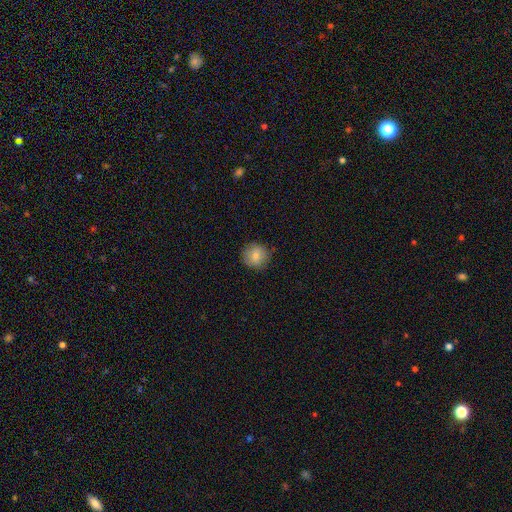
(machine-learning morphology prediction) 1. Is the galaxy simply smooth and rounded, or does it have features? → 77% smooth, 13% featured or disk, 9% star or artifact.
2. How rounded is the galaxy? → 91% round, 8% in between, 1% cigar-shaped.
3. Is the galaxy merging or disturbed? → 85% none, 11% minor disturbance, 3% major disturbance, 1% merger.